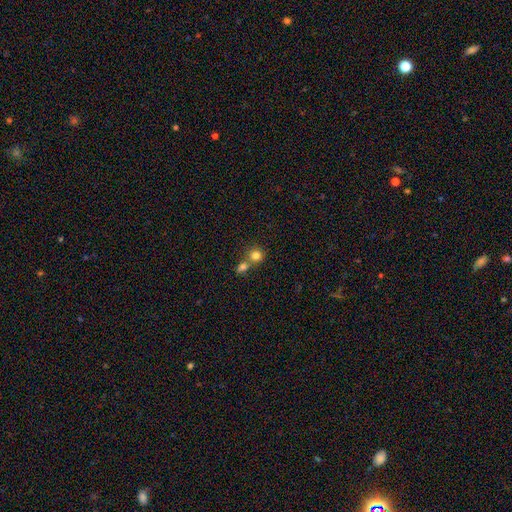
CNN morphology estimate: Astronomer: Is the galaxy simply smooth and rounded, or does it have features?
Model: smooth — 81%.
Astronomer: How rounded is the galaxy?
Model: round — 87%.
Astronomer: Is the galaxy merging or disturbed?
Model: none — 47% (runner-up: merger, 44%).